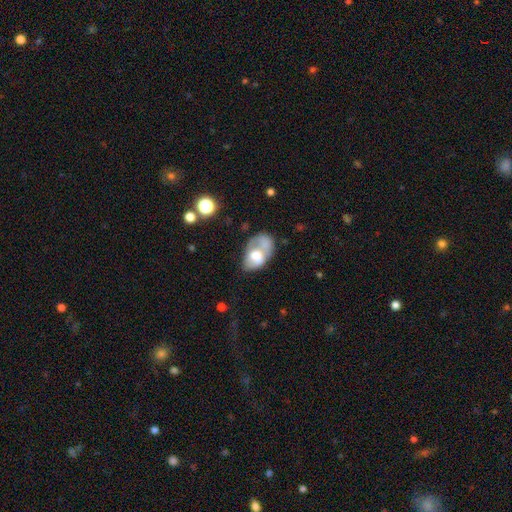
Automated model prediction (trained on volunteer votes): Smooth or featured? Predicted: smooth (p=0.53). How rounded? Predicted: in between (p=0.86). Merging? Predicted: merger (p=0.28).